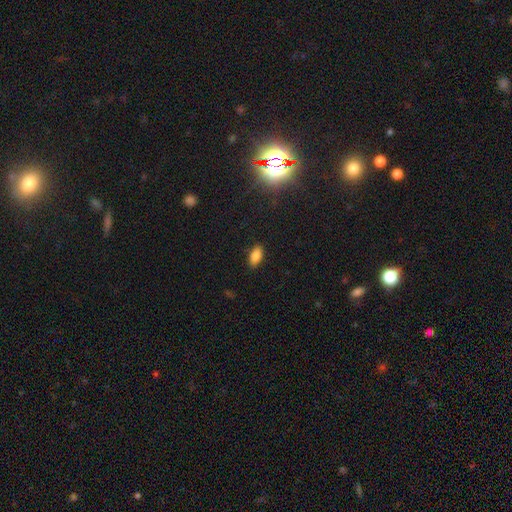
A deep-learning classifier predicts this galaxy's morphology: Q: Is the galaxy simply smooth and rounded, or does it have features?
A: smooth — 85%.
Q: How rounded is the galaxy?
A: in between — 88%.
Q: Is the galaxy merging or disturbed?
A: none — 87%.